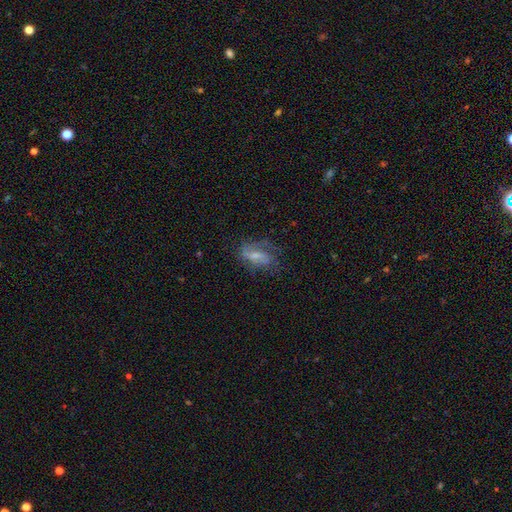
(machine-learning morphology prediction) A featured or disk galaxy (57%) with a weak bar (43%), spiral arms (74%) and a small central bulge (40%).

Vote fractions:
- Smooth or featured? featured or disk: 57% / smooth: 34% / star or artifact: 10%
- Edge-on disk? no: 93% / yes: 7%
- Bar? weak: 43% / no: 36% / strong: 21%
- Spiral arms? yes: 74% / no: 26%
- Bulge size? small: 40% / moderate: 32% / none: 21% / large: 6% / dominant: 1%
- Merging? none: 46% / major disturbance: 27% / minor disturbance: 24% / merger: 2%